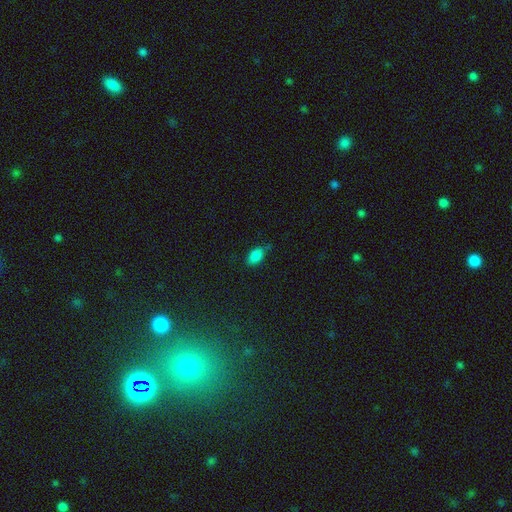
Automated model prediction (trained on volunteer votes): Smooth or featured: smooth — 84% (star or artifact — 11%)
How rounded: in between — 89% (round — 8%)
Merging: none — 63% (minor disturbance — 26%)